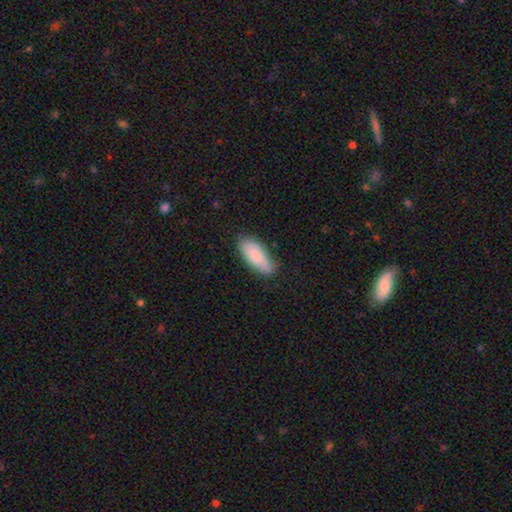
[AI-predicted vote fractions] Morphology: type=smooth (80%); roundness=in between (81%); merging=none (77%).